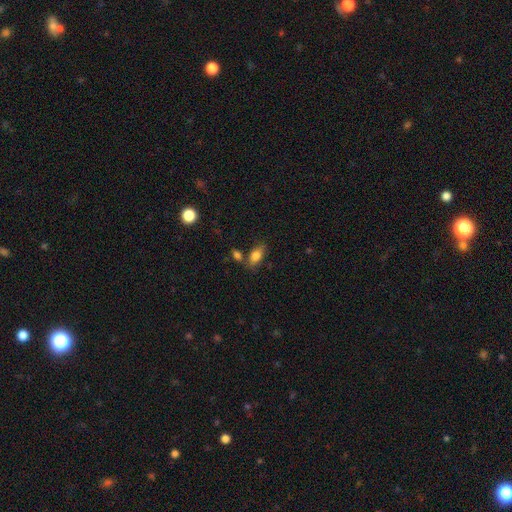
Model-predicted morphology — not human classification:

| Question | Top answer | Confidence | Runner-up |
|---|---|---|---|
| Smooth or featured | smooth | 81% | featured or disk (11%) |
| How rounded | in between | 87% | cigar-shaped (7%) |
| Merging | none | 65% | minor disturbance (16%) |